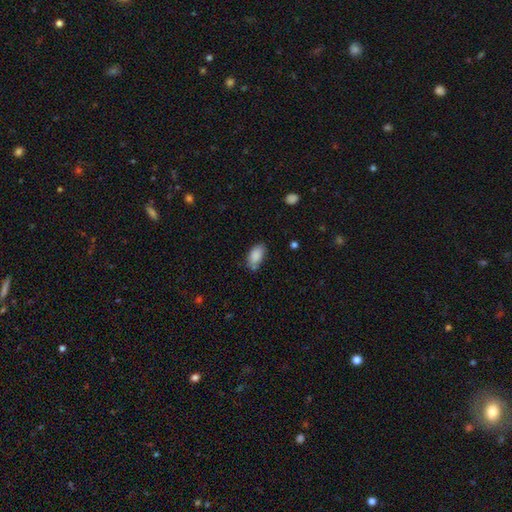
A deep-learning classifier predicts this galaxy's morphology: A smooth galaxy with no disk features (87%) that is in between round and cigar-shaped (93%). Merging: none (65%).